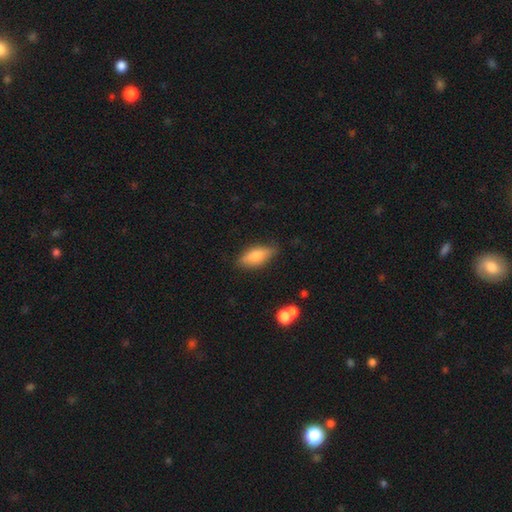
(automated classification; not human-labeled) A smooth galaxy with no disk features (70%) that is in between round and cigar-shaped (73%).

Vote fractions:
- Smooth or featured? smooth: 70% / featured or disk: 23% / star or artifact: 7%
- How rounded? in between: 73% / cigar-shaped: 24% / round: 3%
- Merging? none: 78% / minor disturbance: 17% / major disturbance: 3% / merger: 2%